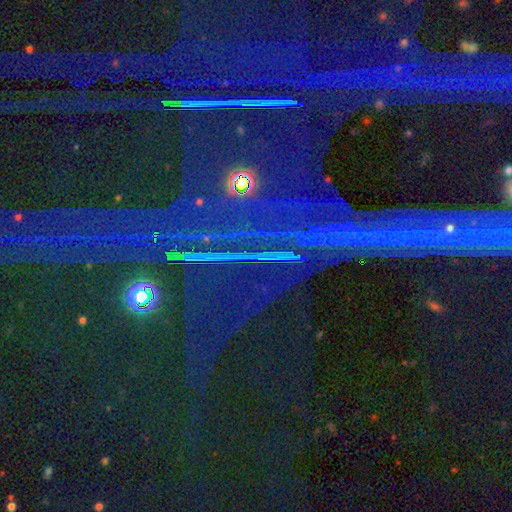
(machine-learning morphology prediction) This is clearly a star or artifact rather than a galaxy (88%).